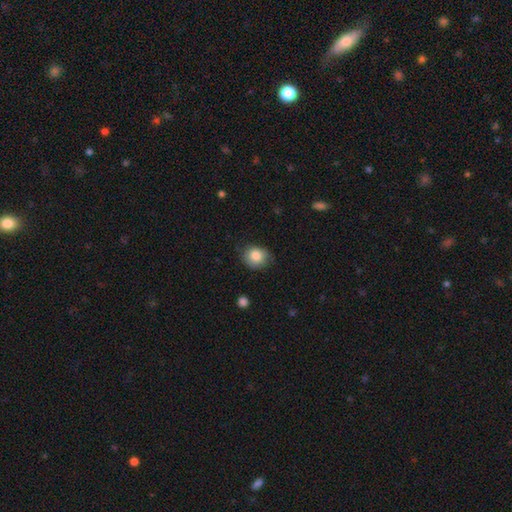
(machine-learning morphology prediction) Overall: smooth (84%). How rounded: round (69%; in between 31%). Merging: none (74%).